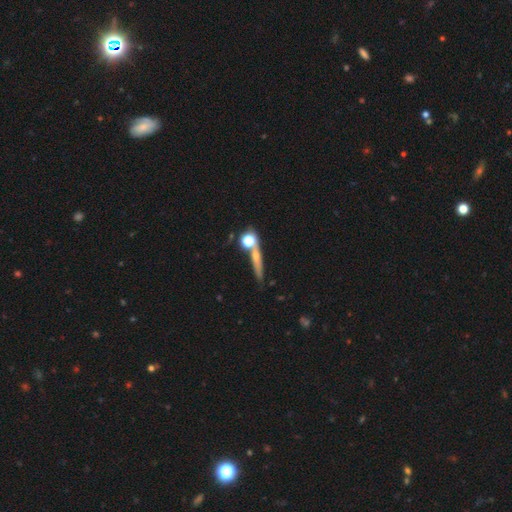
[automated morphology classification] smooth 43%, featured or disk 40%, star or artifact 17%. Down the decision tree: merging — none (69%).